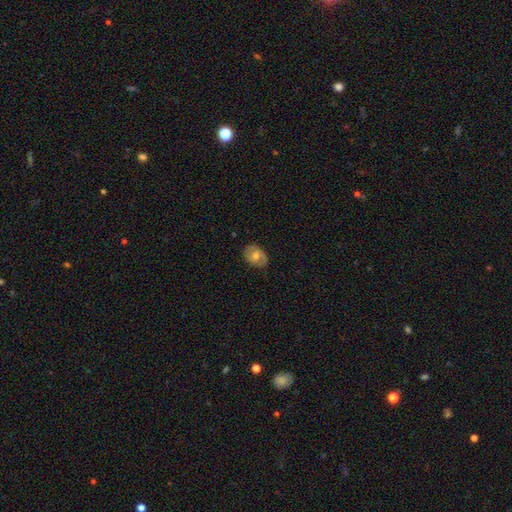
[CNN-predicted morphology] Smooth or featured? Predicted: smooth (p=0.56). How rounded? Predicted: in between (p=0.74). Merging? Predicted: none (p=0.72).